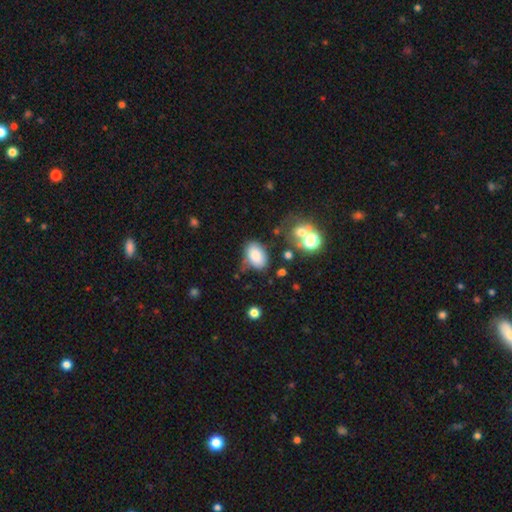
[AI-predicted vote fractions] A smooth galaxy with no disk features (81%) that is in between round and cigar-shaped (86%). Merging: none (61%).